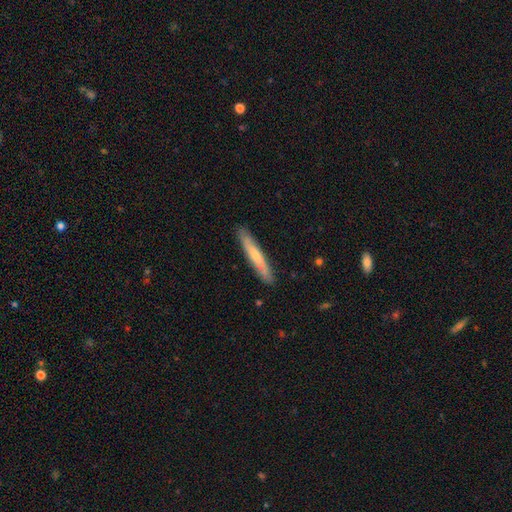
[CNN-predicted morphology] Smooth or featured? Predicted: smooth (p=0.56). How rounded? Predicted: cigar-shaped (p=0.93). Merging? Predicted: none (p=0.88).